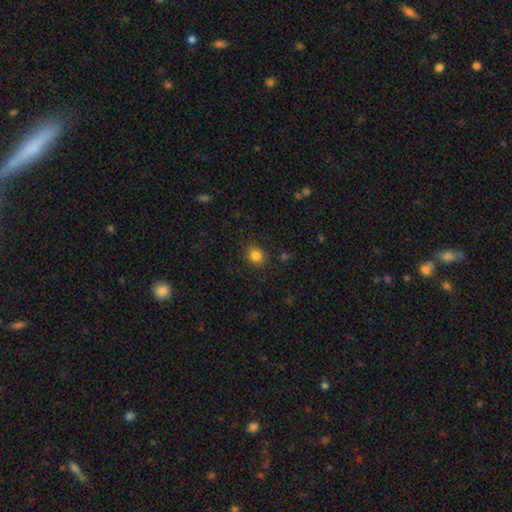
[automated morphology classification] Overall: smooth (83%). How rounded: round (71%). Merging: none (88%).